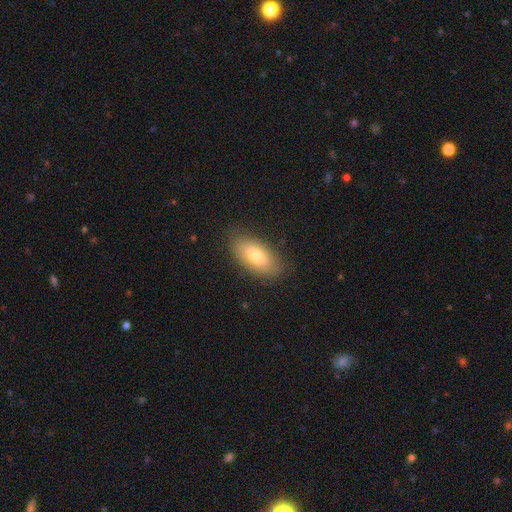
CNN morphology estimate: This appears to be a smooth galaxy with no disk features (74%) that is in between round and cigar-shaped (90%). Merging: none (86%).